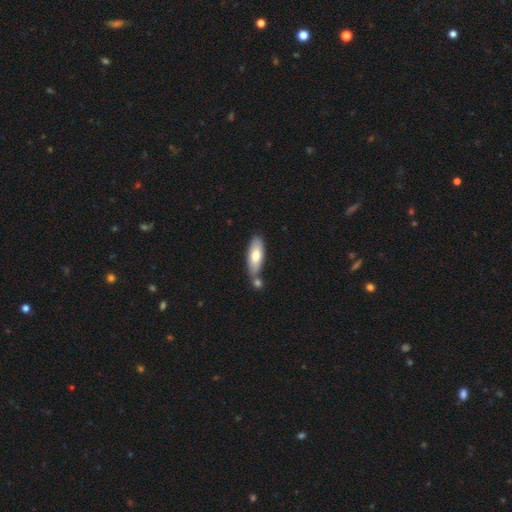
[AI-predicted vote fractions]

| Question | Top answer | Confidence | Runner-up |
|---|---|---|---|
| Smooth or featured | smooth | 71% | featured or disk (23%) |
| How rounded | in between | 69% | cigar-shaped (29%) |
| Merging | none | 52% | merger (29%) |